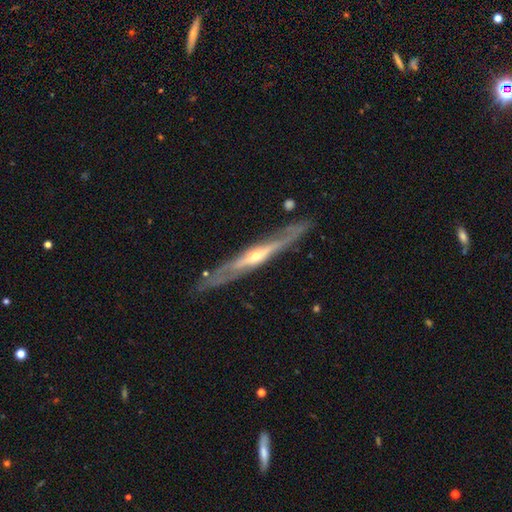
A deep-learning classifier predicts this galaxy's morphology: A featured or disk galaxy (82%) viewed edge-on (79%) with a rounded central bulge (79%). Merging: none (79%).